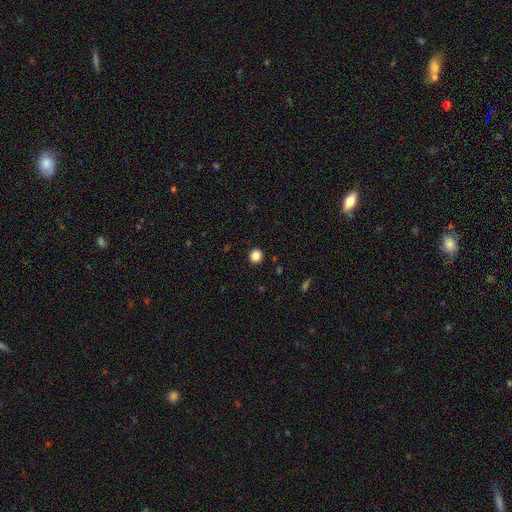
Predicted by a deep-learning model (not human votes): This appears to be a smooth galaxy with no disk features (85%) that is round (92%). Merging: none (93%).